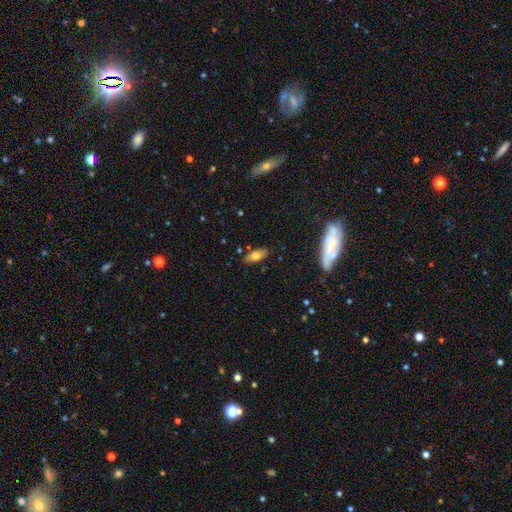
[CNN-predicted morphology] Smooth or featured?
  - smooth: 69% *
  - featured or disk: 23%
  - star or artifact: 9%
How rounded?
  - in between: 77% *
  - cigar-shaped: 20%
  - round: 3%
Merging?
  - none: 83% *
  - minor disturbance: 12%
  - major disturbance: 2%
  - merger: 2%